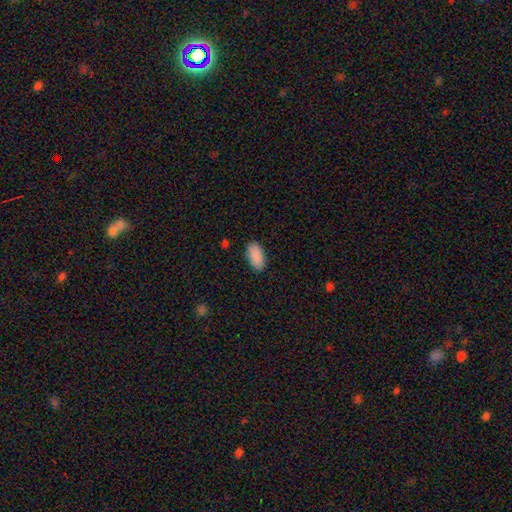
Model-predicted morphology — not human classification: A smooth galaxy with no disk features (90%) that is in between round and cigar-shaped (94%). Merging: none (88%).